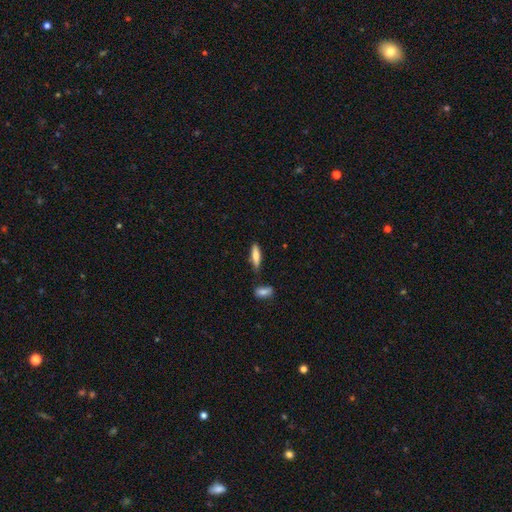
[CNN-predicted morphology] This appears to be a smooth galaxy with no disk features (71%) that is cigar-shaped (66%). Merging: none (77%).